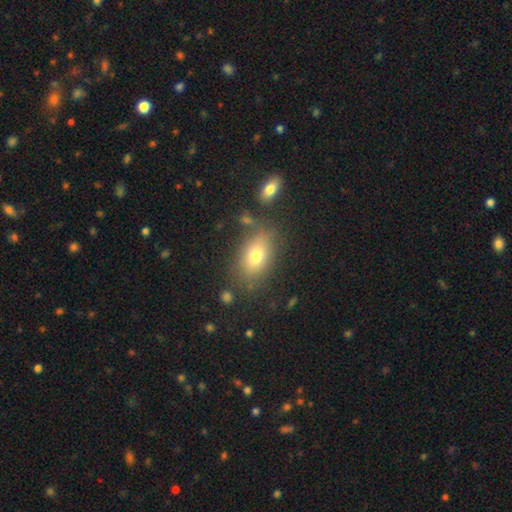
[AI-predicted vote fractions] This is likely a smooth galaxy (74%). How rounded: clearly in between (84%). Merging: likely none (74%).